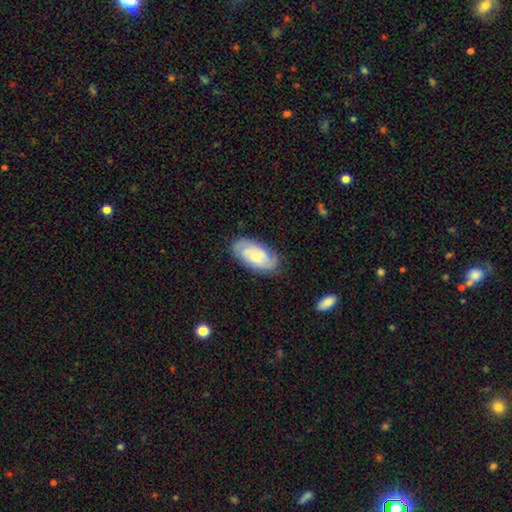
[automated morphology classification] Smooth or featured? featured or disk (62%)
Edge-on disk? no (95%)
Bar? no (67%)
Spiral arms? yes (89%)
Spiral winding? tight (57%)
Spiral arm count? 2 (54%)
Bulge size? small (63%)
Merging? none (79%)